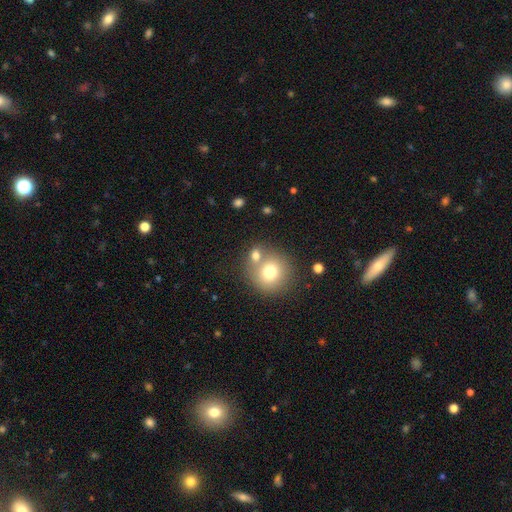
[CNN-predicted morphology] smooth-or-featured: smooth: 74% | featured or disk: 15% | star or artifact: 11%
  how-rounded: round: 83% | in between: 16% | cigar-shaped: 1%
  merging: none: 50% | merger: 37% | minor disturbance: 9% | major disturbance: 4%